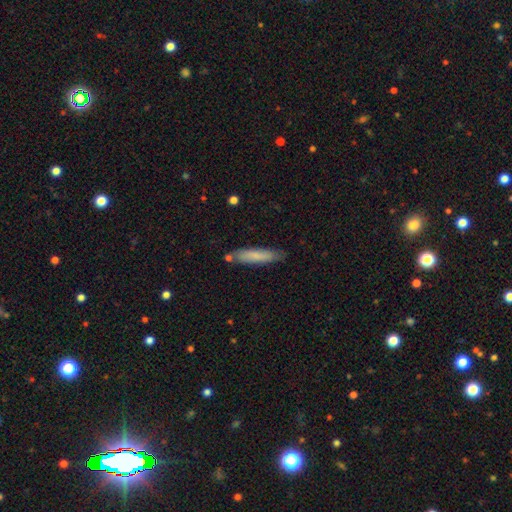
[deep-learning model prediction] This is likely a smooth galaxy (77%). How rounded: clearly cigar-shaped (85%). Merging: likely none (79%).